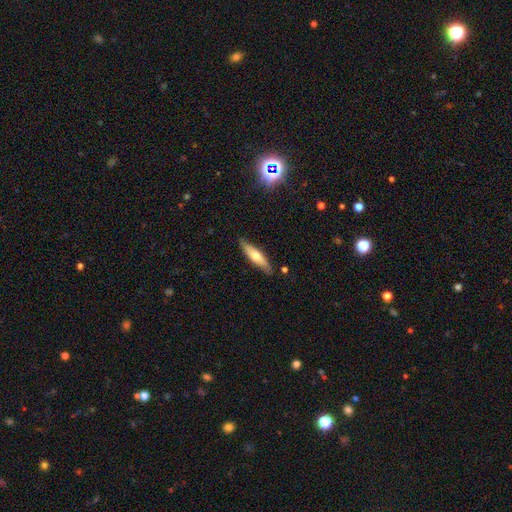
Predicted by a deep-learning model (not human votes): Q: Smooth or featured?
A: smooth (56%); runner-up: featured or disk (38%)
Q: How rounded?
A: cigar-shaped (73%); runner-up: in between (25%)
Q: Merging?
A: none (84%); runner-up: minor disturbance (12%)